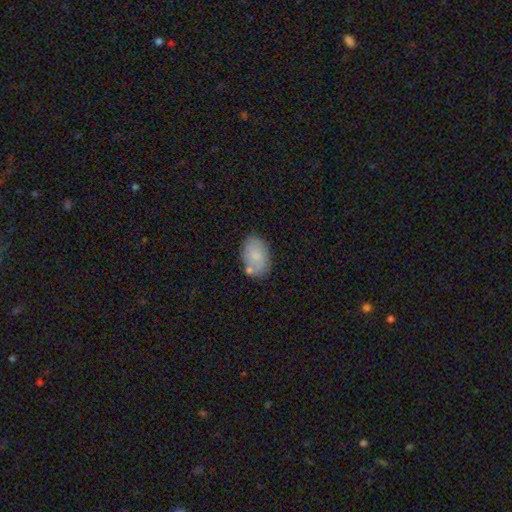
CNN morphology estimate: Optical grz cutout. It shows a smooth galaxy with no disk features (78%) that is in between round and cigar-shaped (88%). Merging: none (72%).